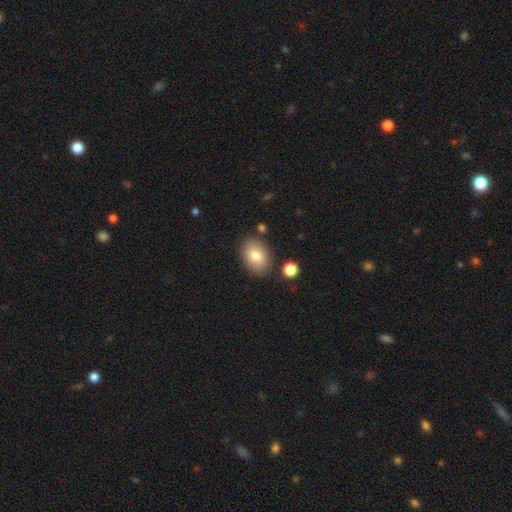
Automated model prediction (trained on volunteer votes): Overall: smooth (80%). How rounded: in between (80%). Merging: none (82%).